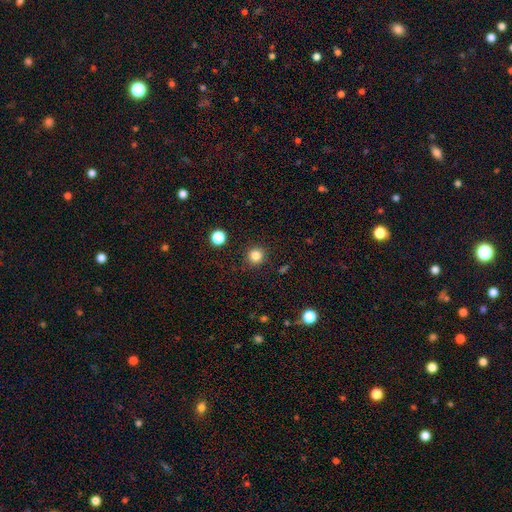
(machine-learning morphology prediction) Q: Smooth or featured?
A: smooth (82%); runner-up: star or artifact (13%)
Q: How rounded?
A: round (93%); runner-up: in between (6%)
Q: Merging?
A: none (90%); runner-up: minor disturbance (6%)